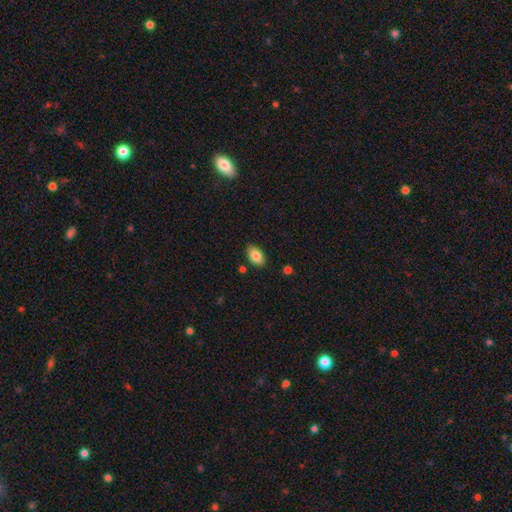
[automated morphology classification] Smooth or featured? smooth (85%)
How rounded? in between (92%)
Merging? none (85%)